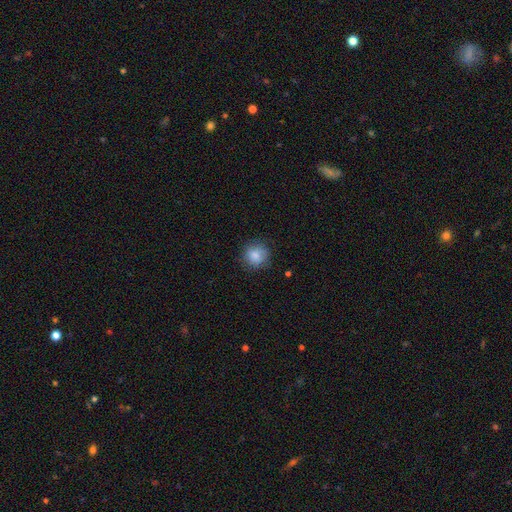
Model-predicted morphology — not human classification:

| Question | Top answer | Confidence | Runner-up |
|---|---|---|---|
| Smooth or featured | smooth | 83% | featured or disk (9%) |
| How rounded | round | 87% | in between (12%) |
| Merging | none | 79% | minor disturbance (16%) |